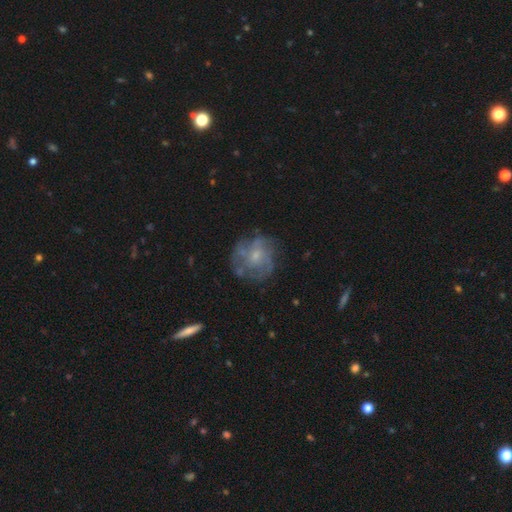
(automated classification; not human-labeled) The model was most divided on "spiral arms": yes: 59%, no: 41%. More confident: edge-on disk — no (98%); bar — no (77%); smooth or featured — featured or disk (64%); merging — none (63%); bulge size — small (58%).